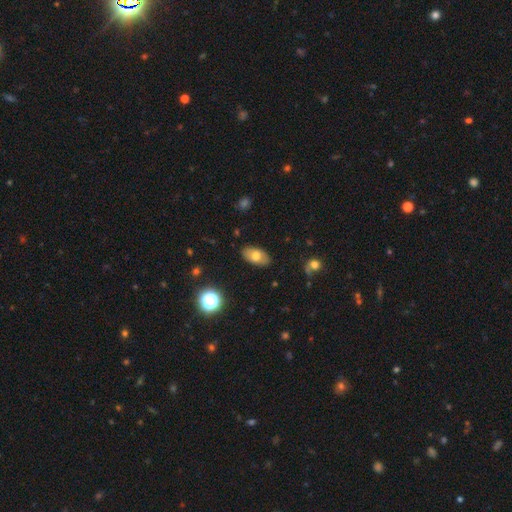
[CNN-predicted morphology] Smooth or featured? Predicted: smooth (p=0.71). How rounded? Predicted: in between (p=0.92). Merging? Predicted: none (p=0.85).